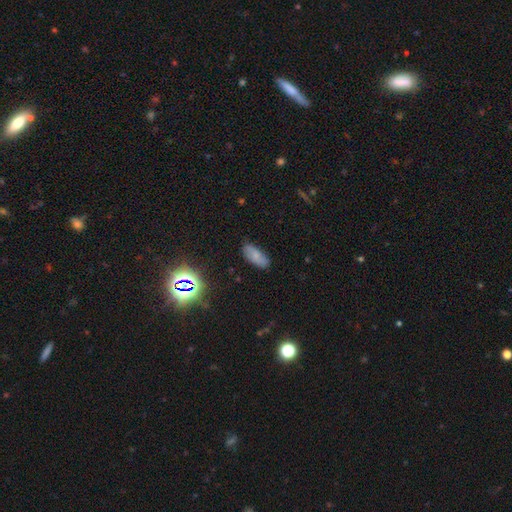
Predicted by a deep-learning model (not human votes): smooth-or-featured: smooth: 74% | featured or disk: 16% | star or artifact: 10%
  how-rounded: in between: 86% | cigar-shaped: 11% | round: 2%
  merging: none: 81% | minor disturbance: 15% | major disturbance: 3% | merger: 1%